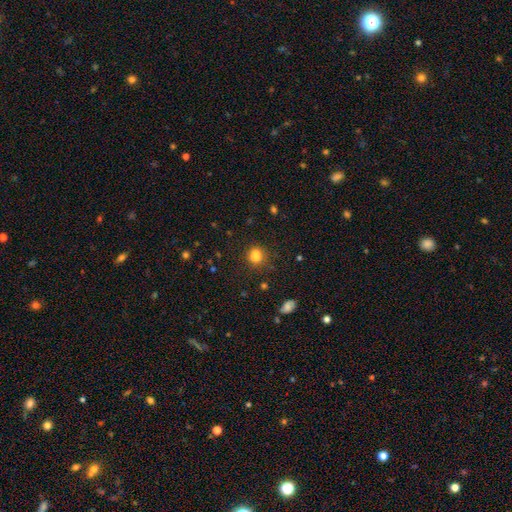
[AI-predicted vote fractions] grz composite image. It shows a smooth galaxy with no disk features (75%) that is round (71%). Merging: none (57%).